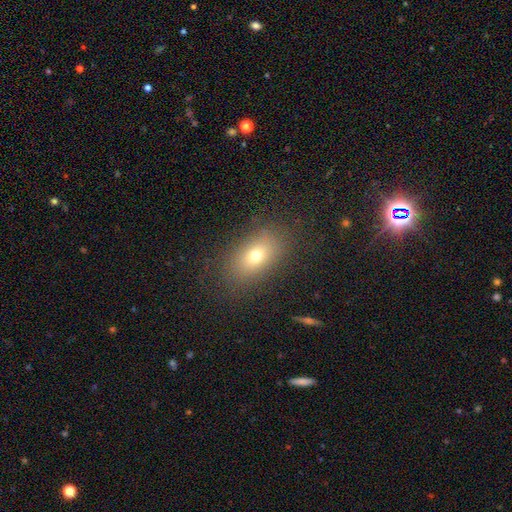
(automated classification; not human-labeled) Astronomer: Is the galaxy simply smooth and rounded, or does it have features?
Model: smooth — 71%.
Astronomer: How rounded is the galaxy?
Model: in between — 82%.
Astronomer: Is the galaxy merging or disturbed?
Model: none — 82%.